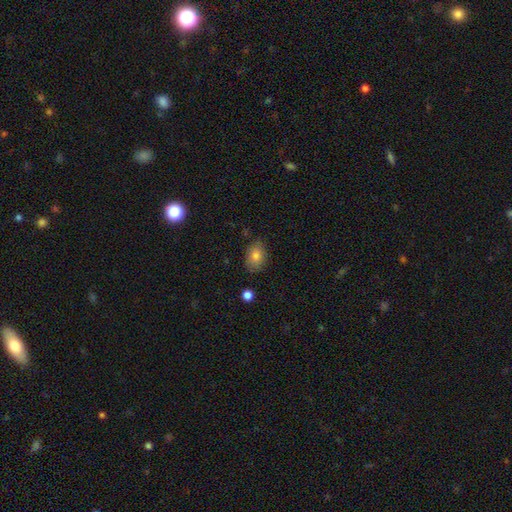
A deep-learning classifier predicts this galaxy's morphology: type=smooth (81%); roundness=in between (72%); merging=none (78%).